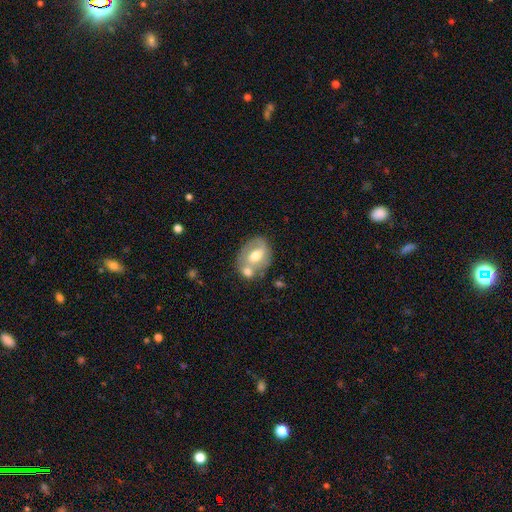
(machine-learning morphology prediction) Smooth or featured: featured or disk — 54% (smooth — 39%)
Edge-on disk: no — 95% (yes — 5%)
Bar: no — 41% (weak — 40%)
Spiral arms: no — 53% (yes — 47%)
Bulge size: moderate — 72% (large — 13%)
Merging: none — 44% (merger — 32%)